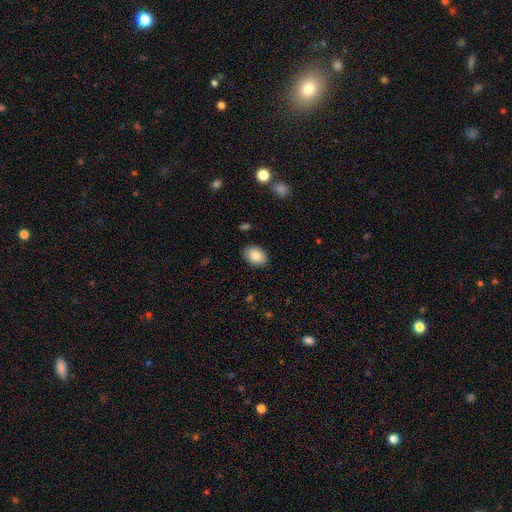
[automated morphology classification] A smooth galaxy with no disk features (86%) that is in between round and cigar-shaped (83%).

Vote fractions:
- Smooth or featured? smooth: 86% / star or artifact: 7% / featured or disk: 7%
- How rounded? in between: 83% / round: 16% / cigar-shaped: 1%
- Merging? none: 87% / minor disturbance: 10% / major disturbance: 2% / merger: 1%